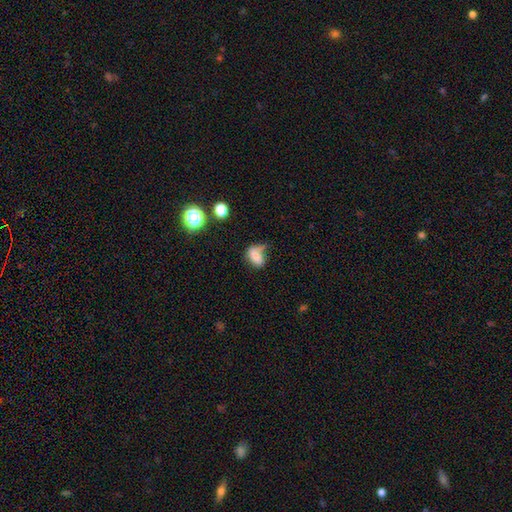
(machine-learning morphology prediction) A smooth galaxy with no disk features (72%) that is in between round and cigar-shaped (82%).

Vote fractions:
- Smooth or featured? smooth: 72% / featured or disk: 16% / star or artifact: 13%
- How rounded? in between: 82% / round: 14% / cigar-shaped: 4%
- Merging? none: 35% / minor disturbance: 28% / major disturbance: 21% / merger: 16%